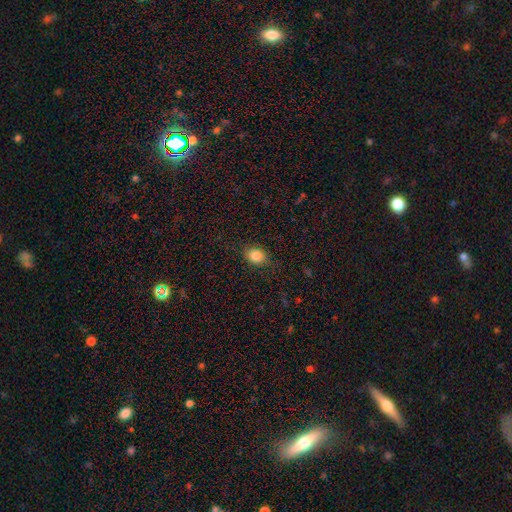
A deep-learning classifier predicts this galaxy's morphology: Smooth or featured?
  - smooth: 84% *
  - star or artifact: 10%
  - featured or disk: 6%
How rounded?
  - round: 53% *
  - in between: 46%
  - cigar-shaped: 1%
Merging?
  - none: 84% *
  - minor disturbance: 12%
  - major disturbance: 3%
  - merger: 1%